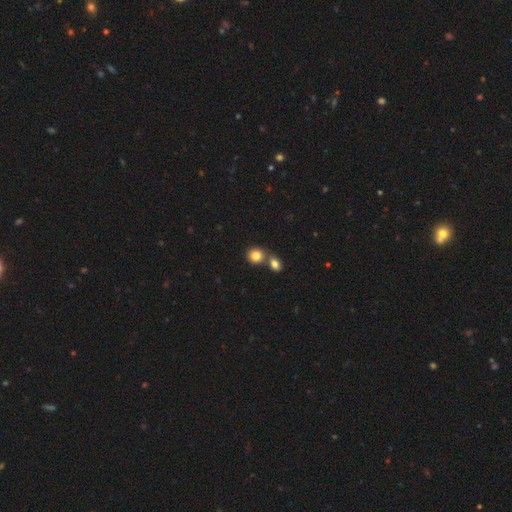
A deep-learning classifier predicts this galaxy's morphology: Q: Smooth or featured?
A: smooth (83%); runner-up: star or artifact (10%)
Q: How rounded?
A: round (79%); runner-up: in between (20%)
Q: Merging?
A: none (52%); runner-up: merger (39%)